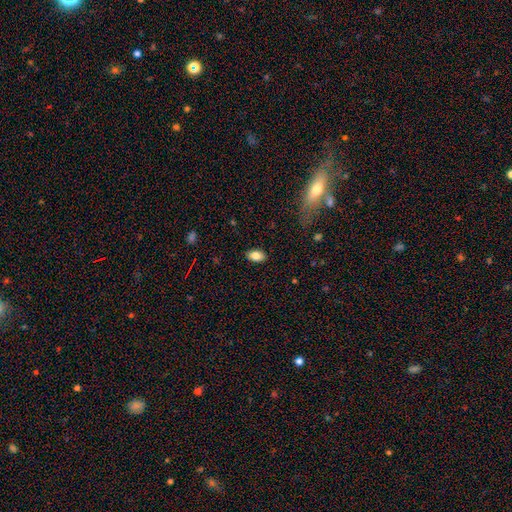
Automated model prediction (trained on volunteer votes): The model was most divided on "smooth or featured": smooth: 83%, featured or disk: 9%, star or artifact: 8%. More confident: how rounded — in between (90%); merging — none (88%).